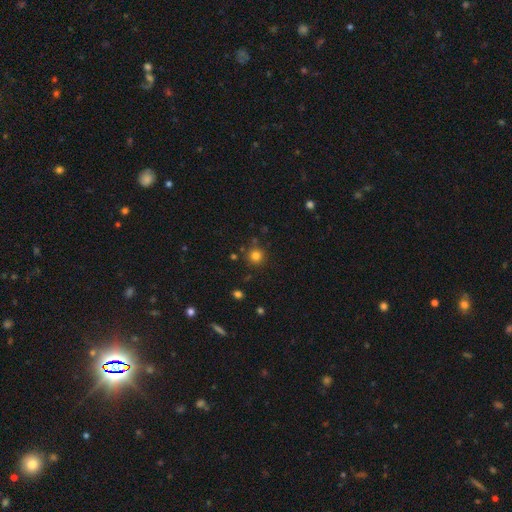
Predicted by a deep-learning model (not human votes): Q: Smooth or featured?
A: smooth (79%); runner-up: star or artifact (15%)
Q: How rounded?
A: round (94%); runner-up: in between (5%)
Q: Merging?
A: none (85%); runner-up: minor disturbance (8%)